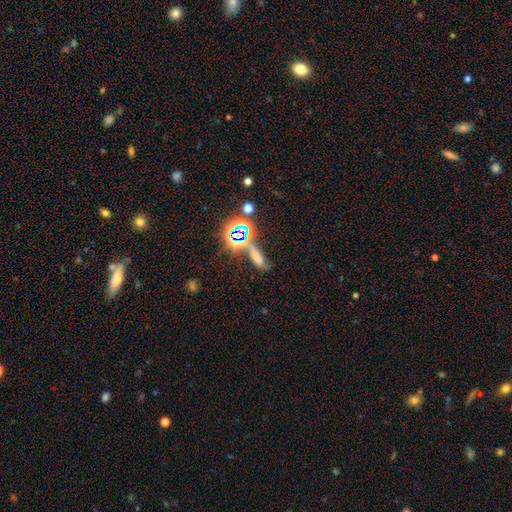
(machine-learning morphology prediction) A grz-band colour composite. It shows a smooth galaxy with no disk features (46%). Merging: none (42%).